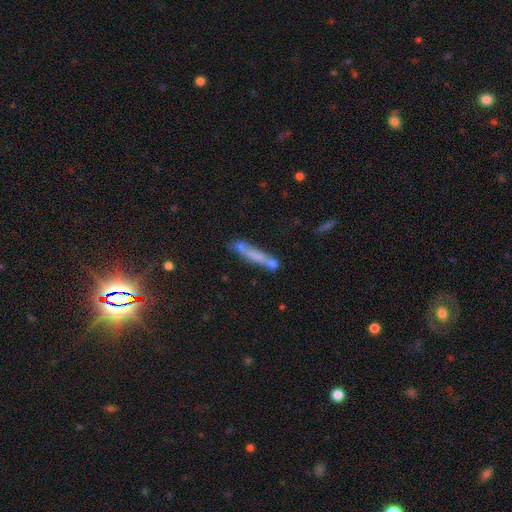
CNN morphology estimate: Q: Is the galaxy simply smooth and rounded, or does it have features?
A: smooth — 62%.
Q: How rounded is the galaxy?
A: cigar-shaped — 90%.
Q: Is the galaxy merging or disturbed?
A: none — 53%.